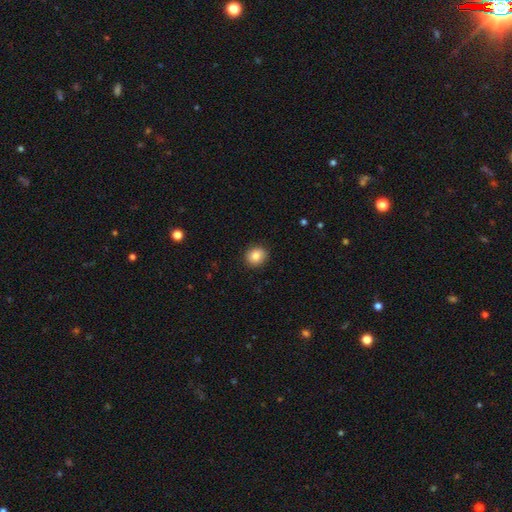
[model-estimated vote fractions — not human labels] This is clearly a smooth galaxy (85%). How rounded: likely round (77%). Merging: clearly none (90%).